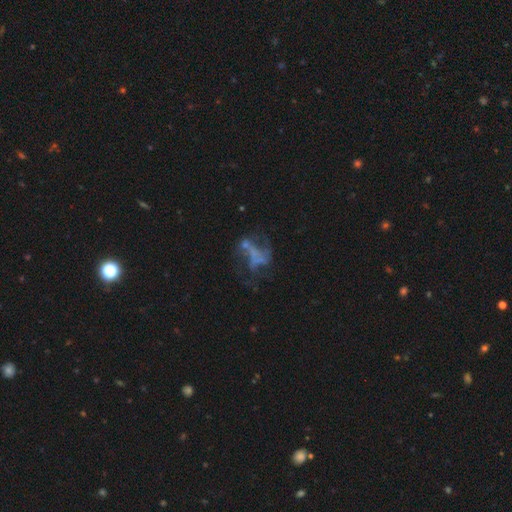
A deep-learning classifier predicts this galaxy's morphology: The model was most divided on "merging": major disturbance: 39%, none: 33%, merger: 14%, minor disturbance: 14%. More confident: edge-on disk — no (97%); bar — no (82%); bulge size — none (79%); spiral arms — no (77%); smooth or featured — featured or disk (58%).